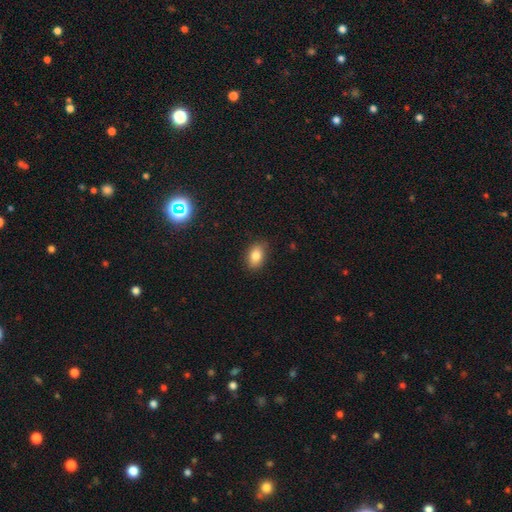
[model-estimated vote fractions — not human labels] smooth_or_featured: smooth (p=0.83) [alt: star or artifact p=0.09]
how_rounded: in between (p=0.85) [alt: round p=0.14]
merging: none (p=0.85) [alt: minor disturbance p=0.11]